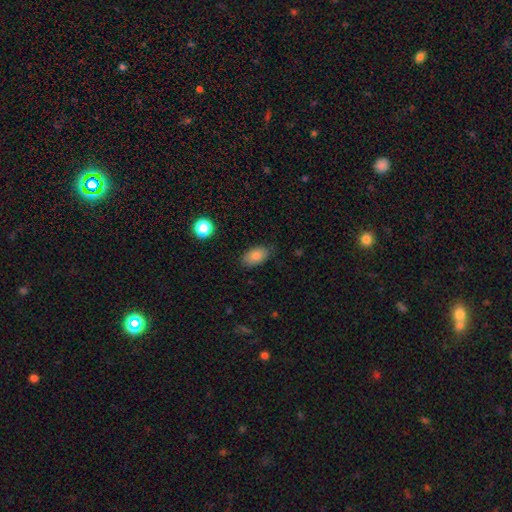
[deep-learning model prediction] The model was most divided on "merging": none: 81%, minor disturbance: 15%, major disturbance: 3%, merger: 1%. More confident: how rounded — in between (90%); smooth or featured — smooth (85%).